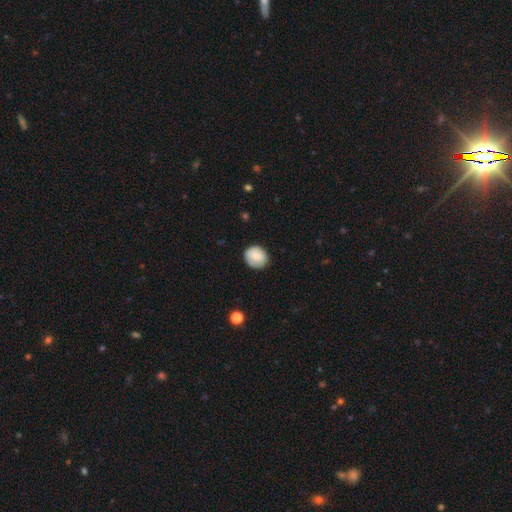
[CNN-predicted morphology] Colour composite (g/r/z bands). It shows a smooth galaxy with no disk features (82%) that is round (73%). Merging: none (79%).